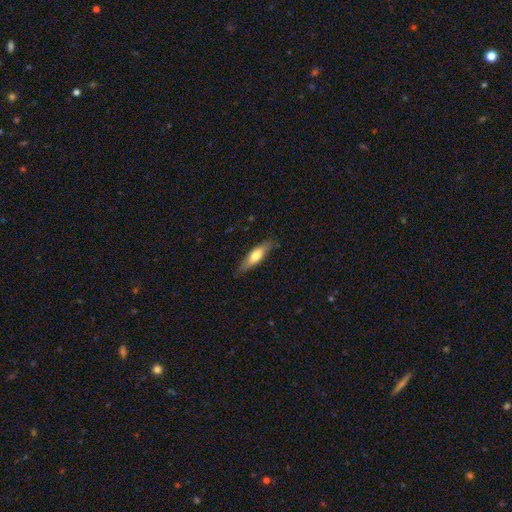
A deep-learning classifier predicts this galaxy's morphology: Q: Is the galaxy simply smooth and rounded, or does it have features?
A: smooth — 65%.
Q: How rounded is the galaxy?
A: cigar-shaped — 60%.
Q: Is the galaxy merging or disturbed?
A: none — 83%.